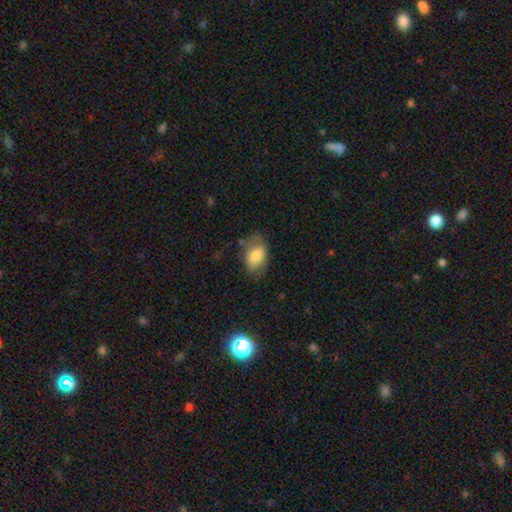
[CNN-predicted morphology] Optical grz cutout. It shows a smooth galaxy with no disk features (77%) that is in between round and cigar-shaped (86%). Merging: none (64%).